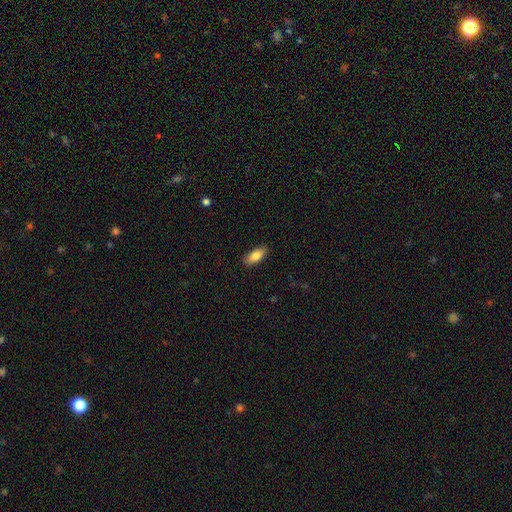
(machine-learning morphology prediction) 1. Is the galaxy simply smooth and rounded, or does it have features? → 84% smooth, 10% featured or disk, 7% star or artifact.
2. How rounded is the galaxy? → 84% in between, 14% cigar-shaped, 2% round.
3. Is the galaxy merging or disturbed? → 87% none, 10% minor disturbance, 2% major disturbance, 1% merger.